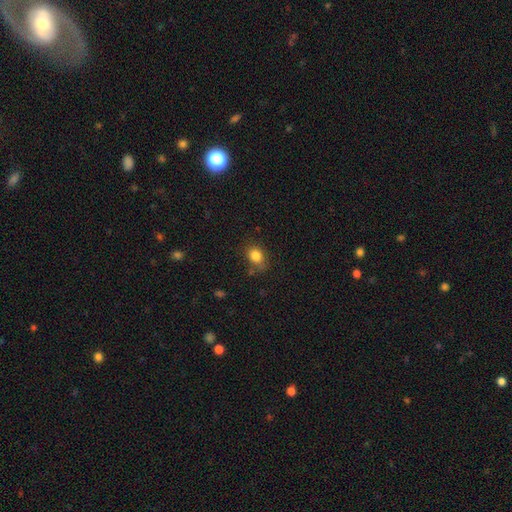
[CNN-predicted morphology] Smooth or featured? smooth (84%)
How rounded? in between (55%)
Merging? none (72%)